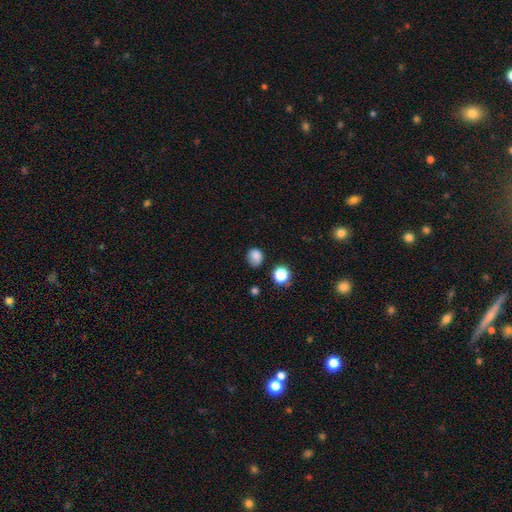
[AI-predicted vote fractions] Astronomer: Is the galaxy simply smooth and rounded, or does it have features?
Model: smooth — 82%.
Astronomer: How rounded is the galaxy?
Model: round — 70%.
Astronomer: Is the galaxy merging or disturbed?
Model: none — 70%.